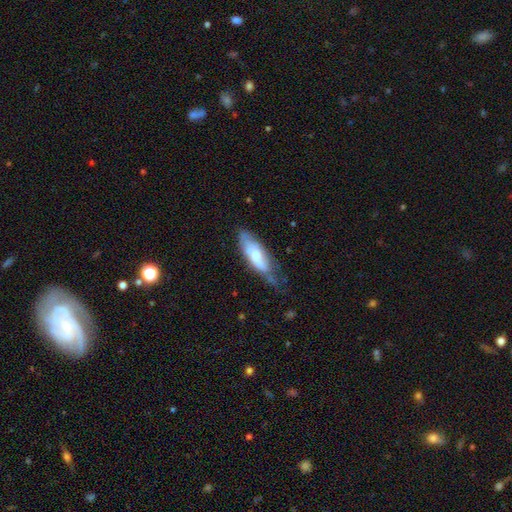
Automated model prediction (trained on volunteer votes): Overall: smooth (50%; featured or disk 44%). Merging: none (46%; minor disturbance 37%).